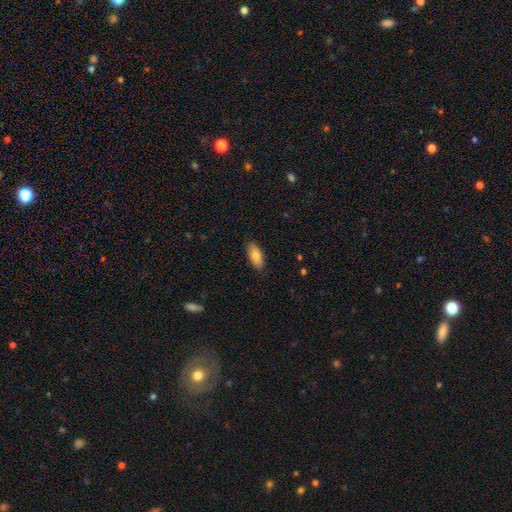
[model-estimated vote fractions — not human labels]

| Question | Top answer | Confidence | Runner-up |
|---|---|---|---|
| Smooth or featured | smooth | 84% | featured or disk (10%) |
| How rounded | in between | 87% | cigar-shaped (11%) |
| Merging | none | 87% | minor disturbance (10%) |